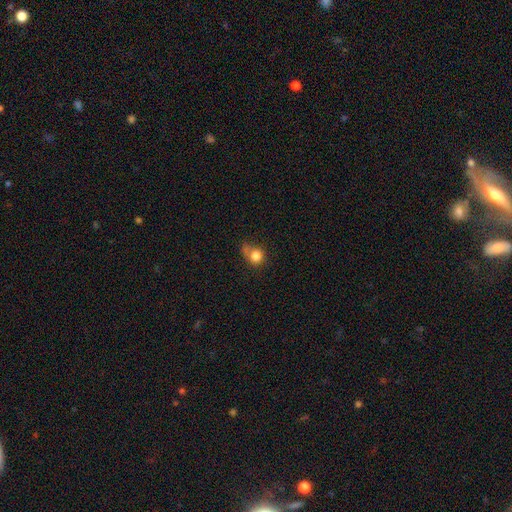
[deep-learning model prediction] Smooth or featured?
  - smooth: 81% *
  - star or artifact: 10%
  - featured or disk: 9%
How rounded?
  - round: 79% *
  - in between: 20%
  - cigar-shaped: 1%
Merging?
  - none: 45% *
  - minor disturbance: 28%
  - major disturbance: 17%
  - merger: 10%